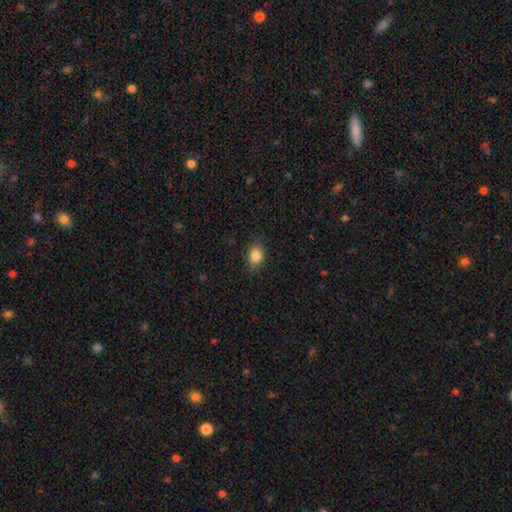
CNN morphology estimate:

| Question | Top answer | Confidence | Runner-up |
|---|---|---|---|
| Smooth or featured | smooth | 85% | star or artifact (9%) |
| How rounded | in between | 67% | round (31%) |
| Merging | none | 83% | minor disturbance (13%) |